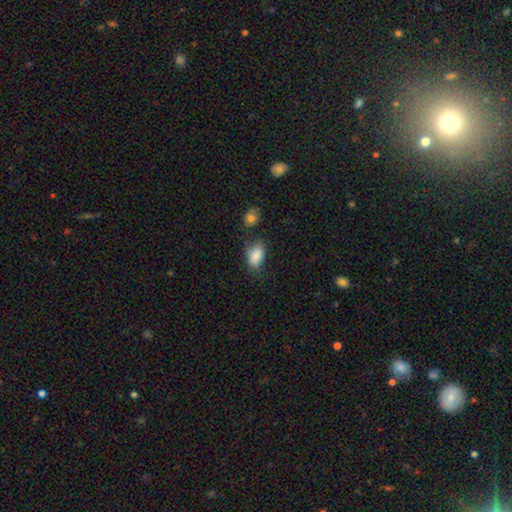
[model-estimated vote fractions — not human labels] Smooth or featured? smooth (86%)
How rounded? in between (90%)
Merging? none (58%)